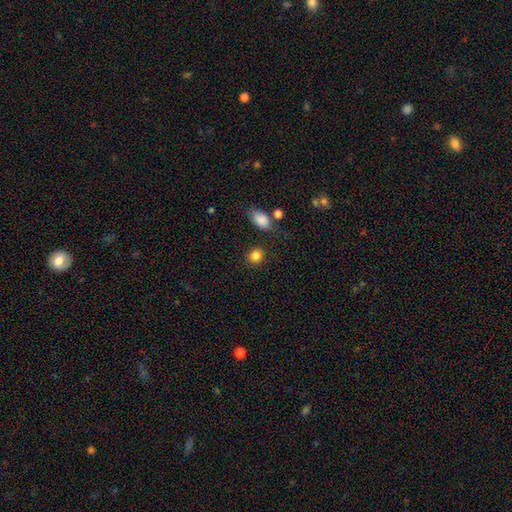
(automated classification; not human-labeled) Smooth or featured: smooth — 85% (star or artifact — 10%)
How rounded: round — 77% (in between — 21%)
Merging: none — 83% (minor disturbance — 9%)